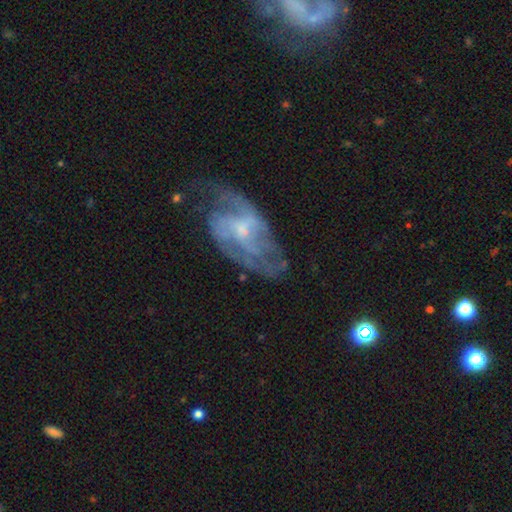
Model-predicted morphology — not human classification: This appears to be a featured or disk galaxy (79%) with no bar (50%), 2 (39%) medium (44%) spiral arms (83%) and a small central bulge (55%). Merging: none (54%).